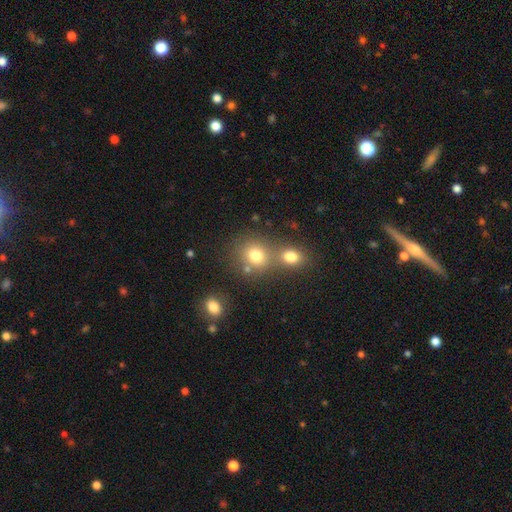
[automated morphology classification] Q: Smooth or featured?
A: smooth (76%); runner-up: star or artifact (14%)
Q: How rounded?
A: round (75%); runner-up: in between (24%)
Q: Merging?
A: none (47%); runner-up: merger (42%)